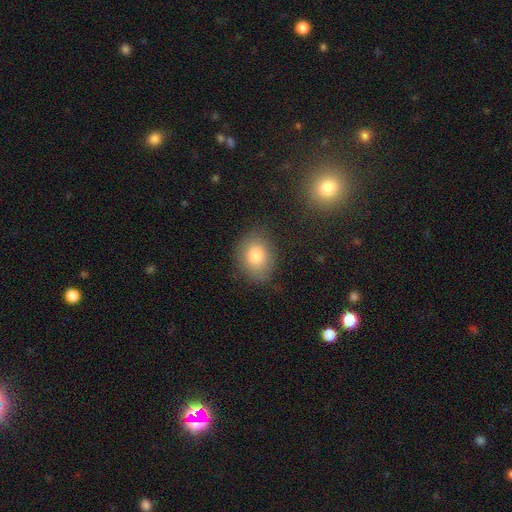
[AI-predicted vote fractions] Morphology: type=smooth (81%); roundness=in between (54%); merging=none (79%).